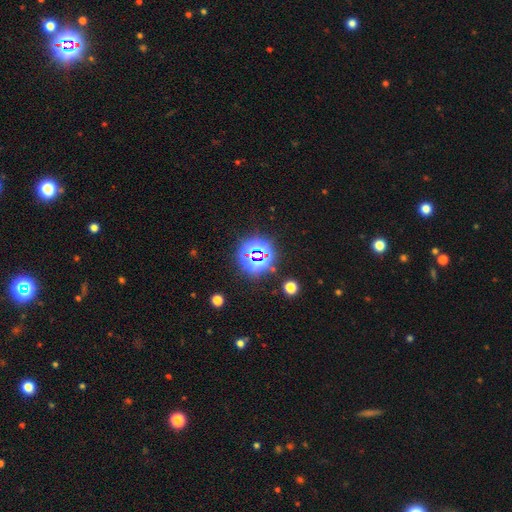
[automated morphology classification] Smooth or featured: star or artifact — 74% (smooth — 17%)